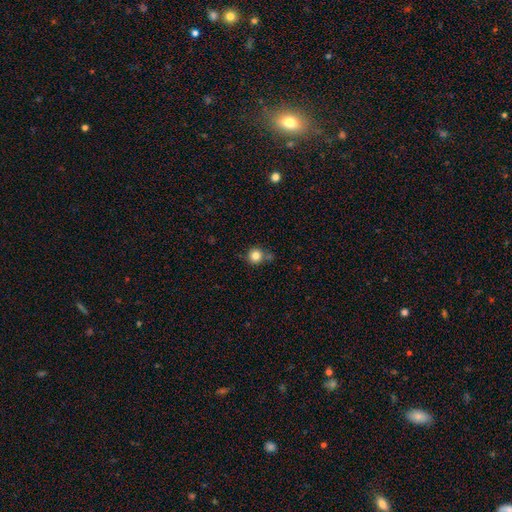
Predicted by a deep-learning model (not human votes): Smooth or featured? Predicted: smooth (p=0.82). How rounded? Predicted: round (p=0.93). Merging? Predicted: none (p=0.73).